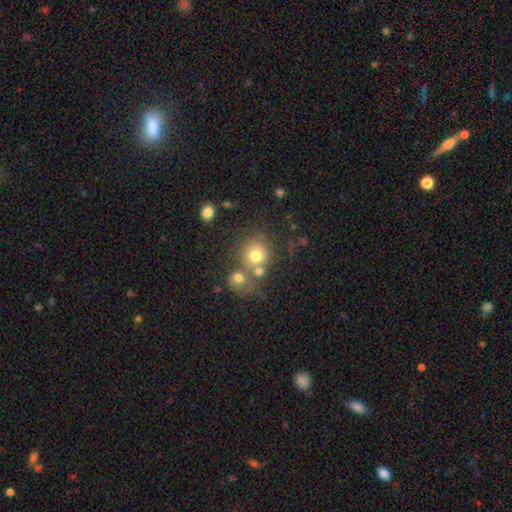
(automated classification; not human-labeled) Q: Smooth or featured?
A: smooth (73%); runner-up: star or artifact (14%)
Q: How rounded?
A: round (84%); runner-up: in between (15%)
Q: Merging?
A: none (52%); runner-up: merger (31%)